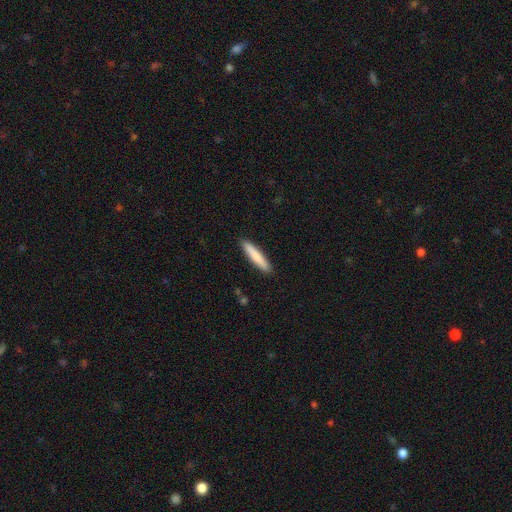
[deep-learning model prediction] smooth_or_featured: smooth (p=0.79) [alt: featured or disk p=0.15]
how_rounded: cigar-shaped (p=0.91) [alt: in between p=0.07]
merging: none (p=0.91) [alt: minor disturbance p=0.06]